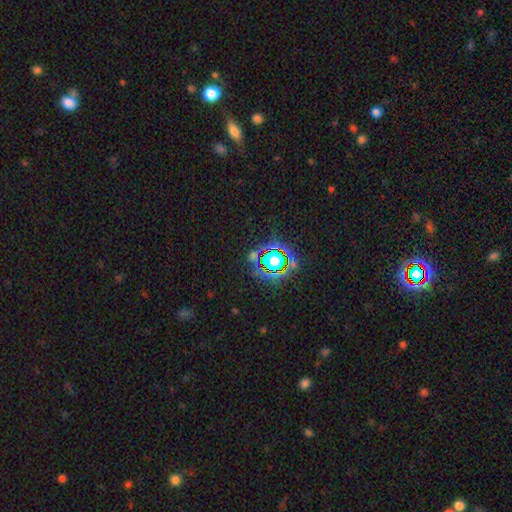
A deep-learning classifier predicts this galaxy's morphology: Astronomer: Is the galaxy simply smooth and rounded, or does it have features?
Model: star or artifact — 76%.